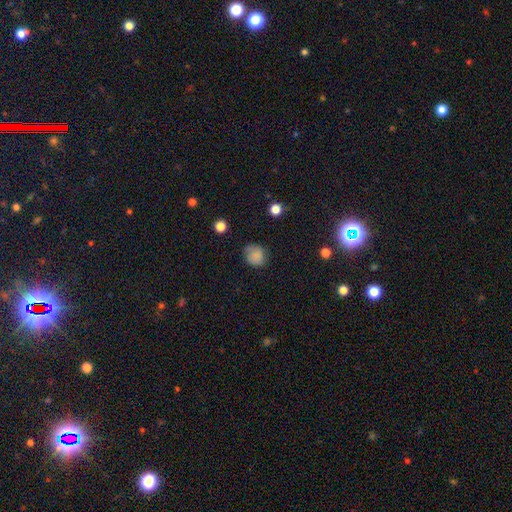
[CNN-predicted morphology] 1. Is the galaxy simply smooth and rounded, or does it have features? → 82% smooth, 11% star or artifact, 8% featured or disk.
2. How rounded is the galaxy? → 77% round, 22% in between, 1% cigar-shaped.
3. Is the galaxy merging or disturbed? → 71% none, 22% minor disturbance, 6% major disturbance, 2% merger.